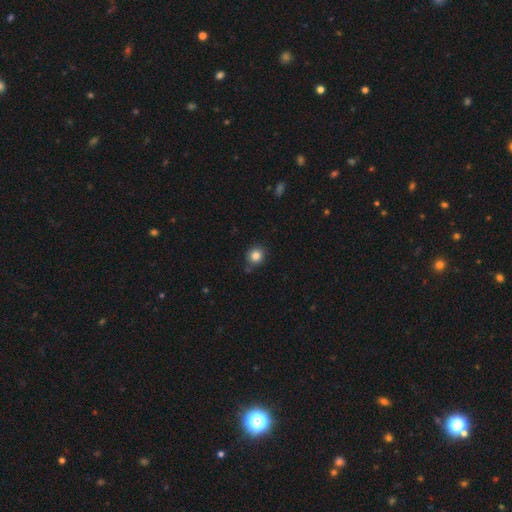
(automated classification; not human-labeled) This is clearly a smooth galaxy (84%). How rounded: clearly round (88%). Merging: clearly none (83%).